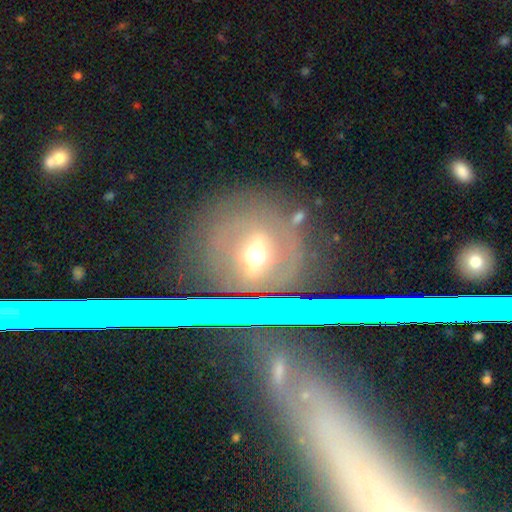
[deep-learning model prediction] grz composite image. It shows a featured or disk galaxy (50%). Merging: none (73%).